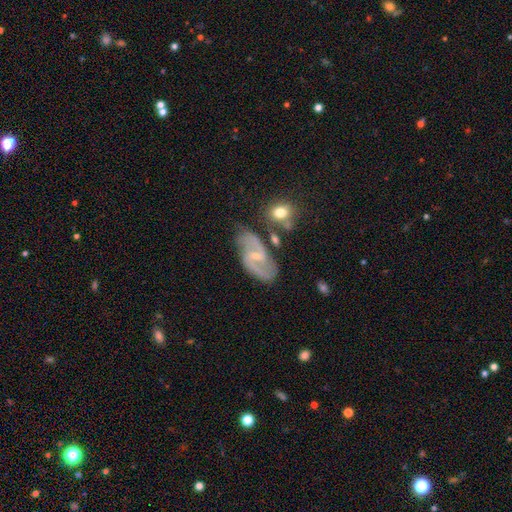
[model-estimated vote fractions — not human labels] A featured or disk galaxy (83%) with a weak bar (52%), 2 (87%) medium (49%) spiral arms (94%) and a small central bulge (71%).

Vote fractions:
- Smooth or featured? featured or disk: 83% / smooth: 10% / star or artifact: 7%
- Edge-on disk? no: 96% / yes: 4%
- Bar? weak: 52% / no: 26% / strong: 22%
- Spiral arms? yes: 94% / no: 6%
- Spiral winding? medium: 49% / loose: 31% / tight: 19%
- Spiral arm count? 2: 87% / can't tell: 6% / 3: 2% / 1: 2% / 4: 1% / more than 4: 1%
- Bulge size? small: 71% / moderate: 24% / none: 3% / large: 1% / dominant: 1%
- Merging? none: 68% / minor disturbance: 20% / major disturbance: 6% / merger: 6%